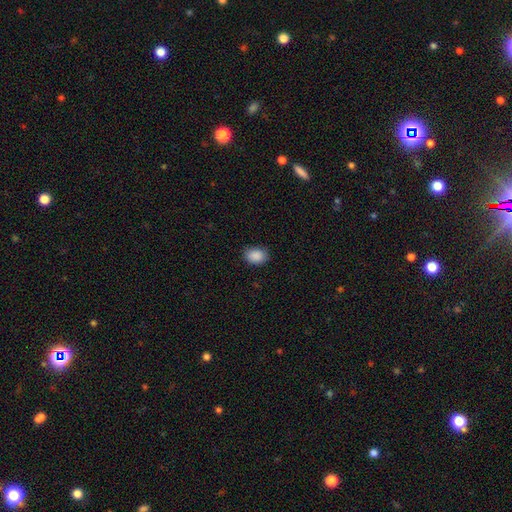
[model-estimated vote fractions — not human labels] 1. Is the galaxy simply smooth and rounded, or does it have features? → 89% smooth, 8% star or artifact, 3% featured or disk.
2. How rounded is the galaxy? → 68% in between, 31% round, 1% cigar-shaped.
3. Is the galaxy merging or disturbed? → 82% none, 14% minor disturbance, 3% major disturbance, 1% merger.